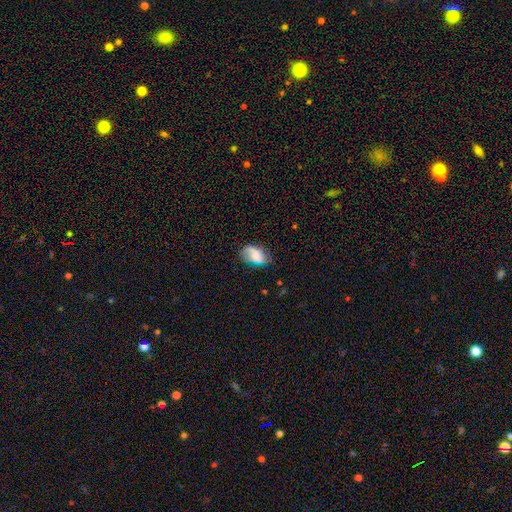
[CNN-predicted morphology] smooth_or_featured: smooth (p=0.55) [alt: featured or disk p=0.36]
how_rounded: in between (p=0.87) [alt: round p=0.11]
merging: none (p=0.56) [alt: minor disturbance p=0.29]